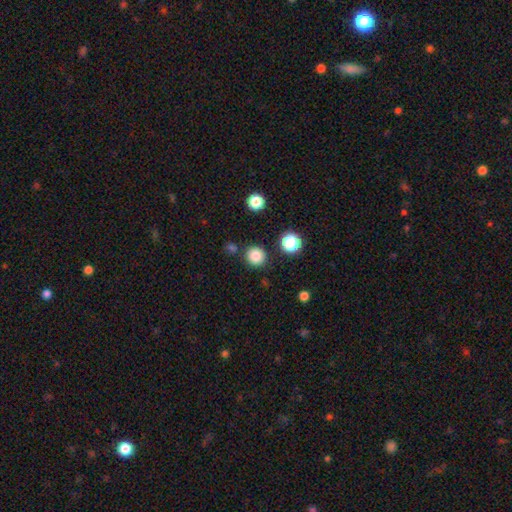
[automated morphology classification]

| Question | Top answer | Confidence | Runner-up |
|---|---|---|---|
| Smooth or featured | smooth | 83% | star or artifact (13%) |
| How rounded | round | 93% | in between (6%) |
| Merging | none | 86% | minor disturbance (7%) |